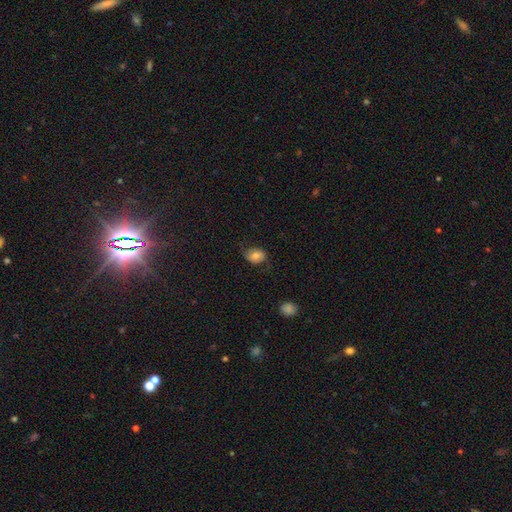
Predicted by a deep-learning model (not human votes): Smooth or featured?
  - smooth: 67% *
  - featured or disk: 24%
  - star or artifact: 9%
How rounded?
  - in between: 60% *
  - round: 39%
  - cigar-shaped: 1%
Merging?
  - none: 63% *
  - minor disturbance: 25%
  - major disturbance: 11%
  - merger: 1%